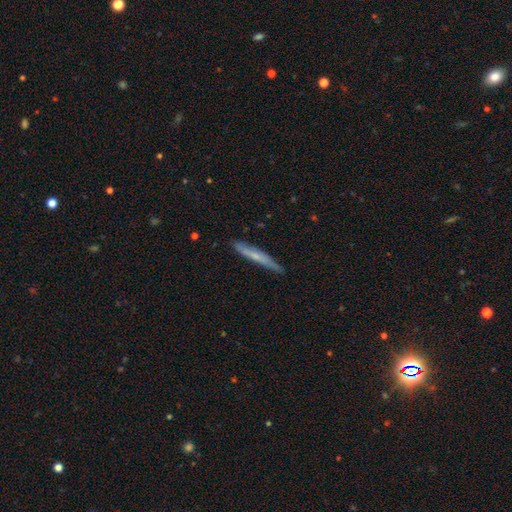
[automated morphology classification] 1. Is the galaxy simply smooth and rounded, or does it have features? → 51% smooth, 43% featured or disk, 6% star or artifact.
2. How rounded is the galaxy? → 95% cigar-shaped, 3% in between, 1% round.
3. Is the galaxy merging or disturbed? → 83% none, 13% minor disturbance, 2% major disturbance, 1% merger.